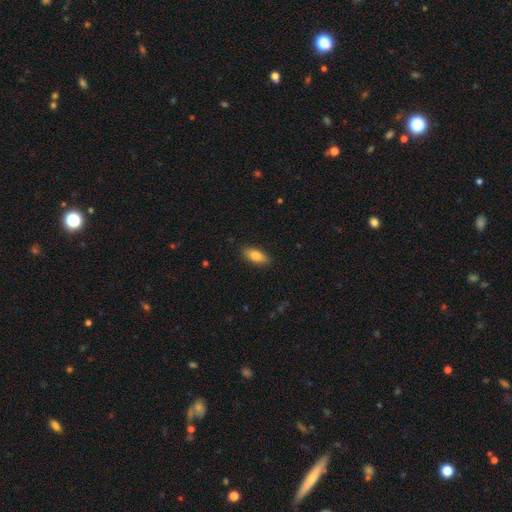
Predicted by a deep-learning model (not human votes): smooth_or_featured: smooth (p=0.81) [alt: featured or disk p=0.12]
how_rounded: in between (p=0.83) [alt: cigar-shaped p=0.14]
merging: none (p=0.87) [alt: minor disturbance p=0.10]